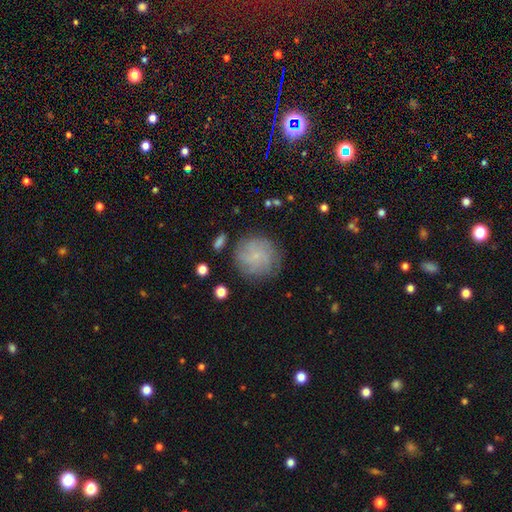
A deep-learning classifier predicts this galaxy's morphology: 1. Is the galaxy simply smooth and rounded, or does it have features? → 54% smooth, 36% featured or disk, 11% star or artifact.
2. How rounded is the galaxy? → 92% round, 7% in between, 1% cigar-shaped.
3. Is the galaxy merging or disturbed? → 74% none, 17% minor disturbance, 7% major disturbance, 3% merger.